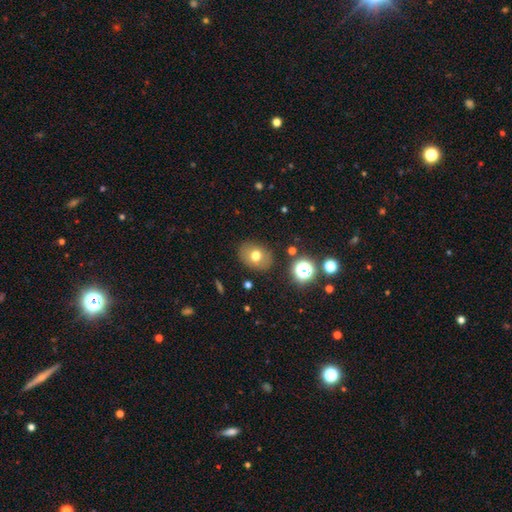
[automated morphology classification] Smooth or featured: smooth — 71% (featured or disk — 16%)
How rounded: in between — 54% (round — 45%)
Merging: none — 85% (minor disturbance — 10%)